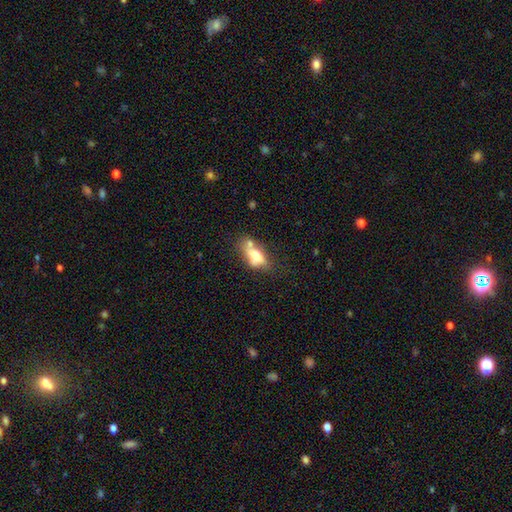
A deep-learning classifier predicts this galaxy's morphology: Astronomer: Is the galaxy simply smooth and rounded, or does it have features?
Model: smooth — 60%.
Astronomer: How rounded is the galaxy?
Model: in between — 78%.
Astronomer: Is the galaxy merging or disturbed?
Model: none — 41% (runner-up: merger, 30%).